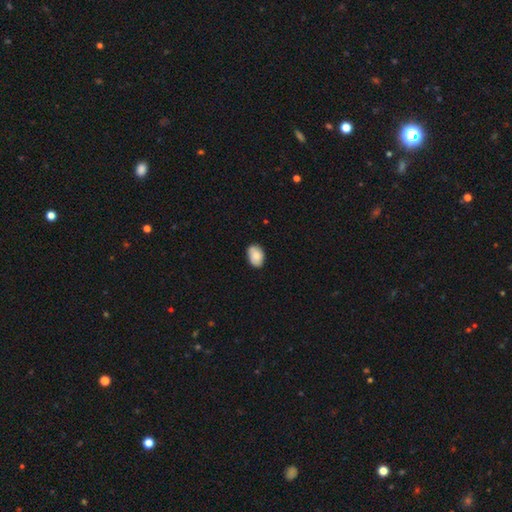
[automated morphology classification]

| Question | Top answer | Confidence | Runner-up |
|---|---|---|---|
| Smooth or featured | smooth | 79% | featured or disk (14%) |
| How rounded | in between | 85% | round (14%) |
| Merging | none | 79% | minor disturbance (17%) |